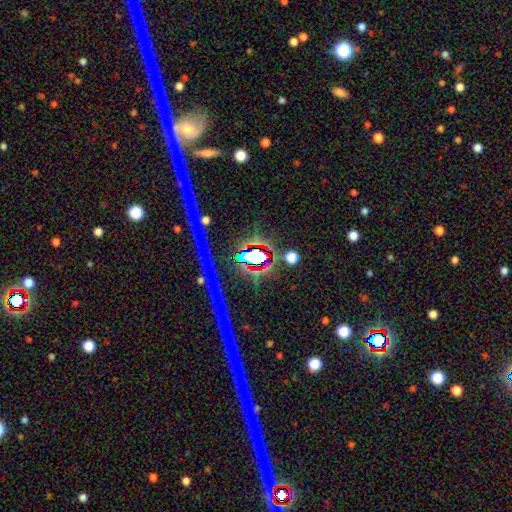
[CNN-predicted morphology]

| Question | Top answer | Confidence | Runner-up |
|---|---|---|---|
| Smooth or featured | star or artifact | 66% | smooth (19%) |